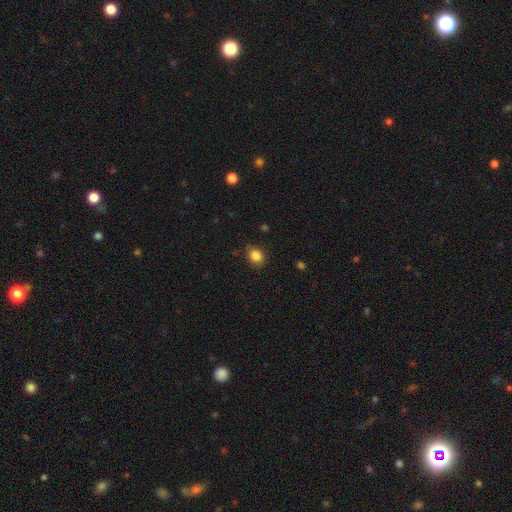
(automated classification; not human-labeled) Smooth or featured? Predicted: smooth (p=0.85). How rounded? Predicted: round (p=0.55). Merging? Predicted: none (p=0.84).